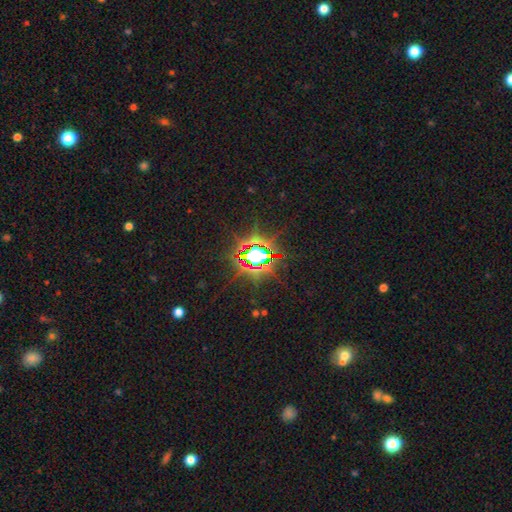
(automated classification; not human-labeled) This appears to be a star or artifact, not a galaxy (80%).